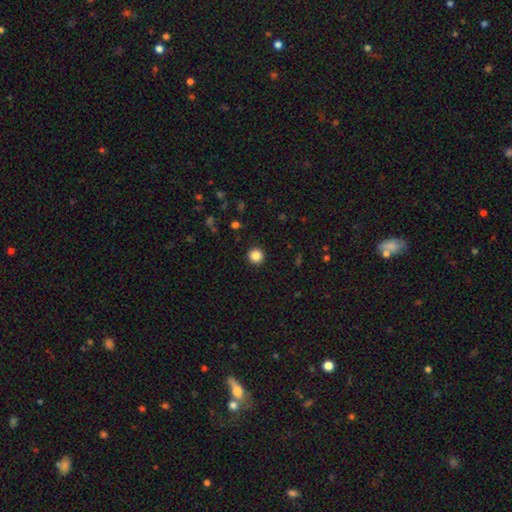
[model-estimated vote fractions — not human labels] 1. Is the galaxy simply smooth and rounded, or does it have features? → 85% smooth, 11% star or artifact, 4% featured or disk.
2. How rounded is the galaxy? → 95% round, 4% in between, 1% cigar-shaped.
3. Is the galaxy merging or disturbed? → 93% none, 5% minor disturbance, 2% major disturbance, 1% merger.